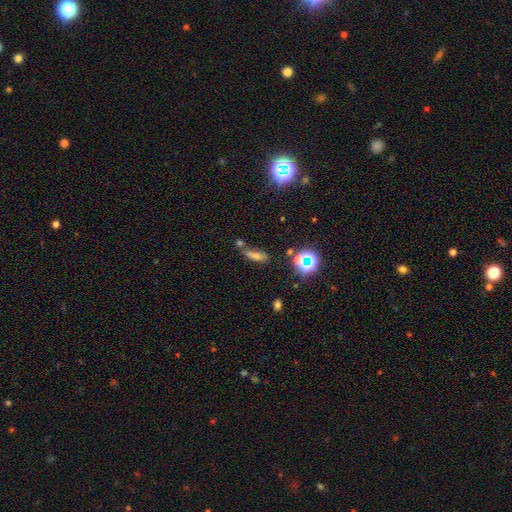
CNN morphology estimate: smooth_or_featured: smooth (p=0.51) [alt: star or artifact p=0.30]
how_rounded: in between (p=0.47) [alt: cigar-shaped p=0.44]
merging: none (p=0.52) [alt: merger p=0.22]